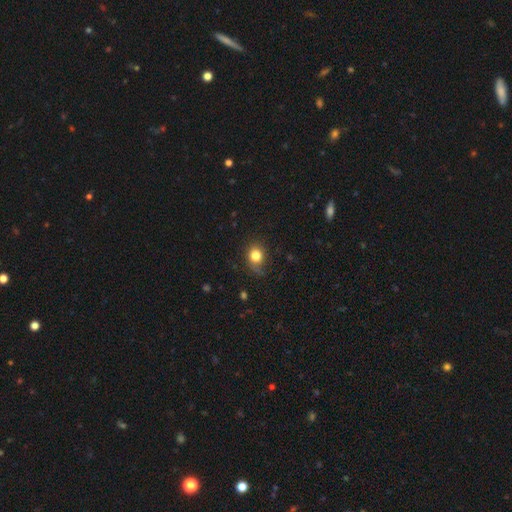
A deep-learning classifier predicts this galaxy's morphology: A smooth galaxy with no disk features (81%) that is round (65%). Merging: none (68%).